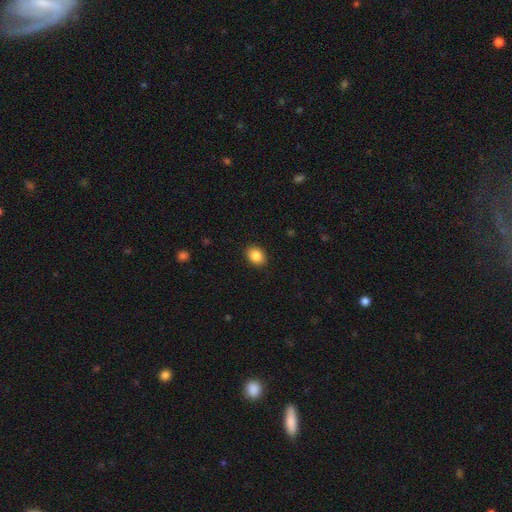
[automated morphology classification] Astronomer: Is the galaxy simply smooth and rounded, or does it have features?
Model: smooth — 87%.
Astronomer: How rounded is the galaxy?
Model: in between — 62%.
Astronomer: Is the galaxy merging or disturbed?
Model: none — 89%.